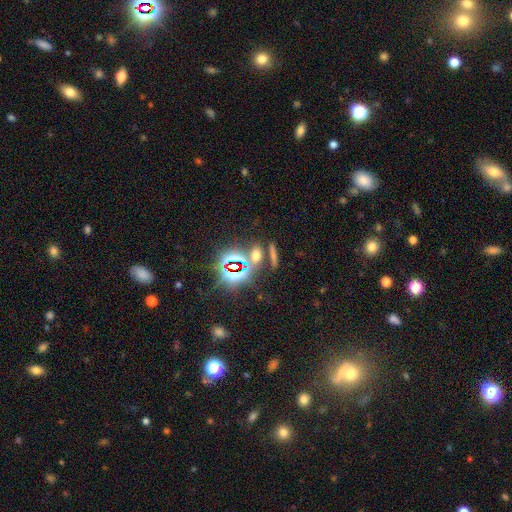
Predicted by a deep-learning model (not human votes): smooth_or_featured: star or artifact (p=0.47) [alt: smooth p=0.40]